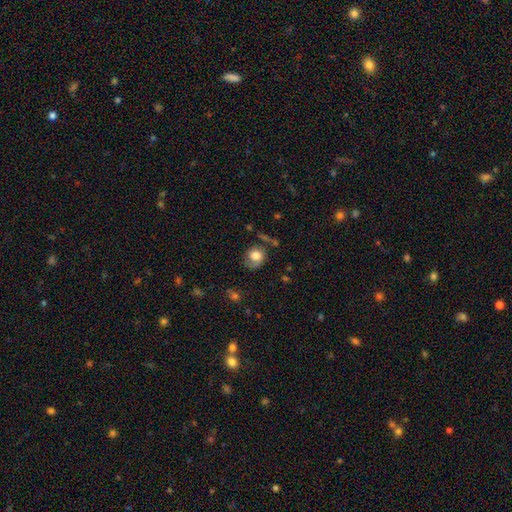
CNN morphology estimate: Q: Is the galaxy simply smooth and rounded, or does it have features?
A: smooth — 62%.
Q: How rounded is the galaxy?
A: round — 72%.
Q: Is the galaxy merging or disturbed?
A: none — 55%.